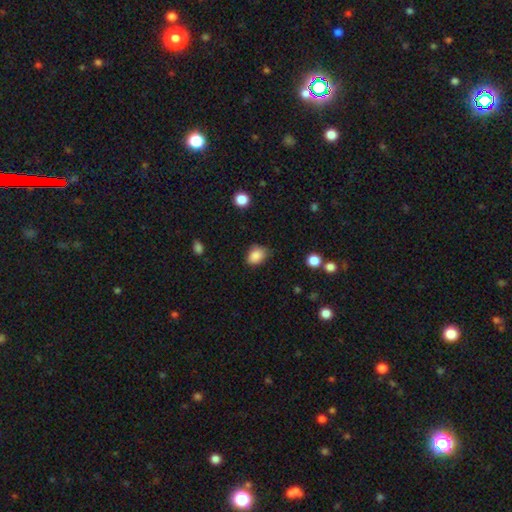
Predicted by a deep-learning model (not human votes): A smooth galaxy with no disk features (87%) that is in between round and cigar-shaped (67%). Merging: none (72%).